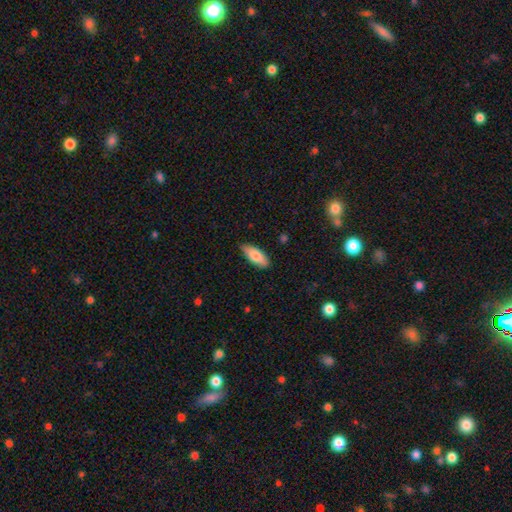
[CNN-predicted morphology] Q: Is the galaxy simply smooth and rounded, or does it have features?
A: smooth — 79%.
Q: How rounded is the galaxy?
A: in between — 79%.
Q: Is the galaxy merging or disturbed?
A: none — 81%.